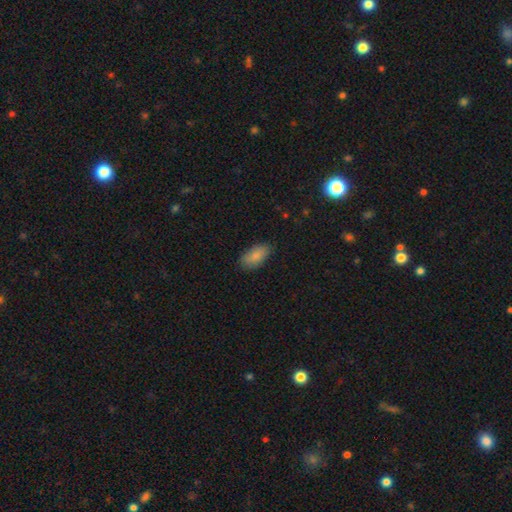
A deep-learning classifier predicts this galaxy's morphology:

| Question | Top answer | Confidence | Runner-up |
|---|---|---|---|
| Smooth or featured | smooth | 87% | featured or disk (7%) |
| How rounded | in between | 93% | cigar-shaped (5%) |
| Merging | none | 82% | minor disturbance (15%) |